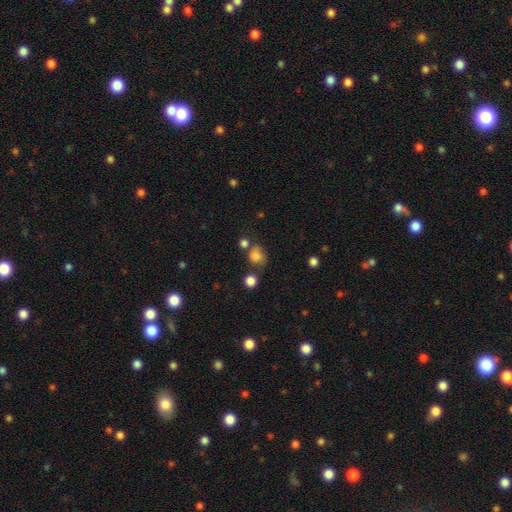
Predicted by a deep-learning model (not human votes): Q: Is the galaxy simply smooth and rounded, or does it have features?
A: smooth — 79%.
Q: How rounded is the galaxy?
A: round — 66%.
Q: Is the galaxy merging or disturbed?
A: none — 57%.